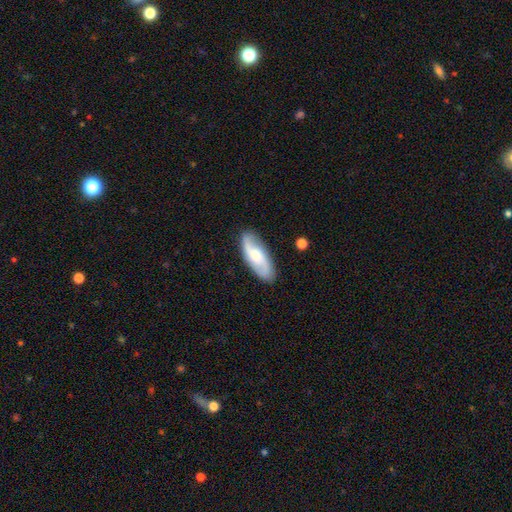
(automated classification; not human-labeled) This is likely a featured or disk galaxy (61%). It is clearly not viewed edge-on (90%). Bar: possibly no (56%). Spiral arm pattern: clearly yes (93%). Spiral arm count: clearly 2 (86%). Spiral winding: marginally loose (43%). Central bulge: possibly moderate (46%). Merging: clearly none (84%).